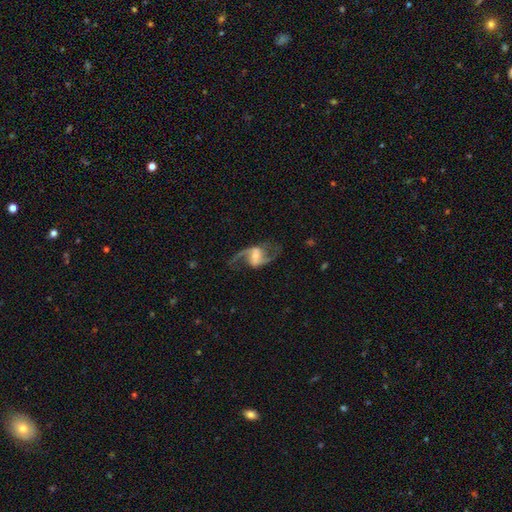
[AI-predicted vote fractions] Q: Smooth or featured?
A: featured or disk (90%); runner-up: smooth (5%)
Q: Edge-on disk?
A: no (97%); runner-up: yes (3%)
Q: Bar?
A: weak (47%); runner-up: strong (33%)
Q: Spiral arms?
A: yes (96%); runner-up: no (4%)
Q: Spiral winding?
A: loose (66%); runner-up: medium (30%)
Q: Spiral arm count?
A: 2 (92%); runner-up: 1 (3%)
Q: Bulge size?
A: small (50%); runner-up: moderate (34%)
Q: Merging?
A: none (74%); runner-up: minor disturbance (13%)